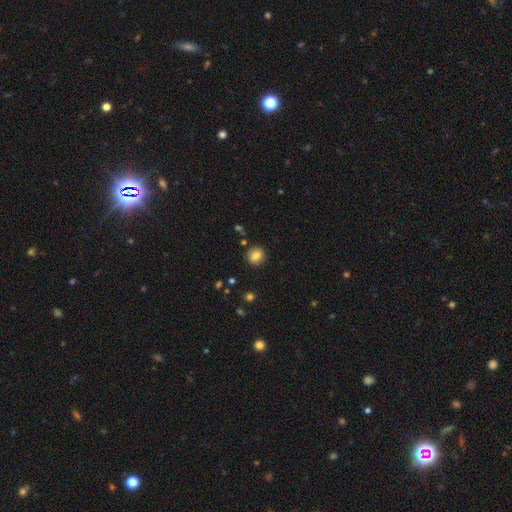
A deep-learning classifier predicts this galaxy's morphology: Q: Smooth or featured?
A: smooth (81%); runner-up: star or artifact (10%)
Q: How rounded?
A: round (84%); runner-up: in between (15%)
Q: Merging?
A: none (88%); runner-up: minor disturbance (8%)